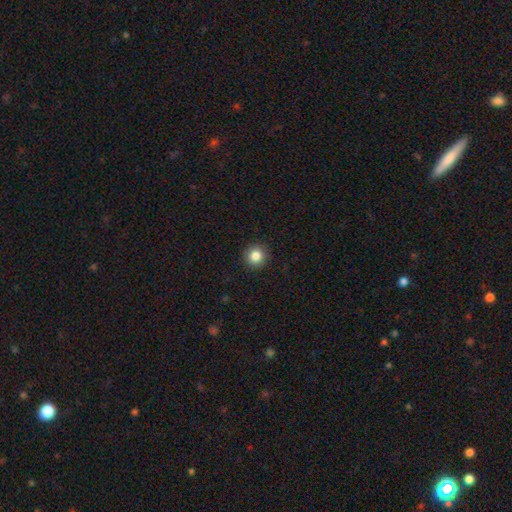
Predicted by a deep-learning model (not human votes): Morphology: type=smooth (84%); roundness=round (94%); merging=none (93%).